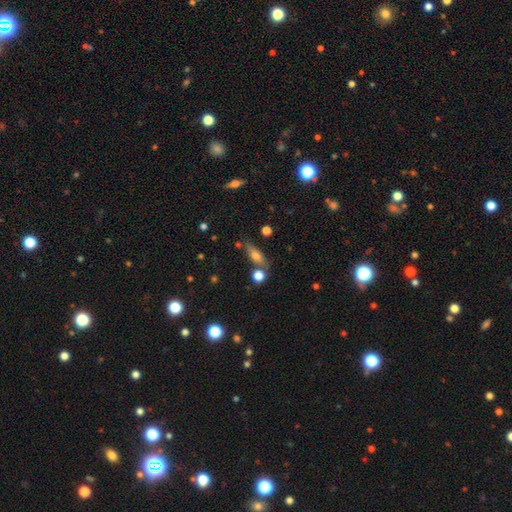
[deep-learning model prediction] Smooth or featured: smooth — 66% (featured or disk — 24%)
How rounded: in between — 57% (cigar-shaped — 35%)
Merging: none — 66% (minor disturbance — 16%)